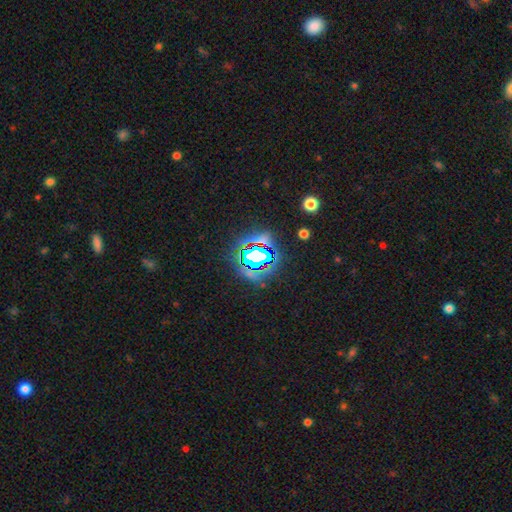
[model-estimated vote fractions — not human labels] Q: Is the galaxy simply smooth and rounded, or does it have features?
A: star or artifact — 70%.